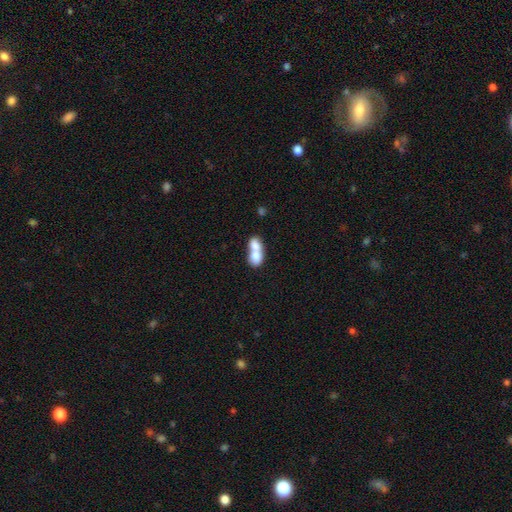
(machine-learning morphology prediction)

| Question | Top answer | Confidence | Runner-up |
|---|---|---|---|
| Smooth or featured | smooth | 73% | featured or disk (20%) |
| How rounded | in between | 70% | round (27%) |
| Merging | merger | 78% | none (14%) |